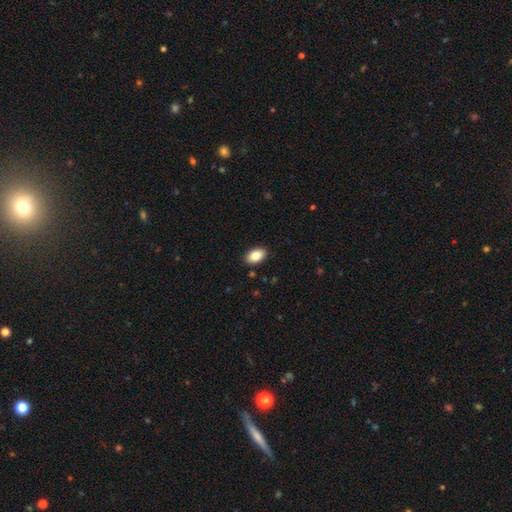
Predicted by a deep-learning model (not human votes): Q: Smooth or featured?
A: smooth (84%); runner-up: featured or disk (8%)
Q: How rounded?
A: in between (92%); runner-up: round (6%)
Q: Merging?
A: none (90%); runner-up: minor disturbance (8%)